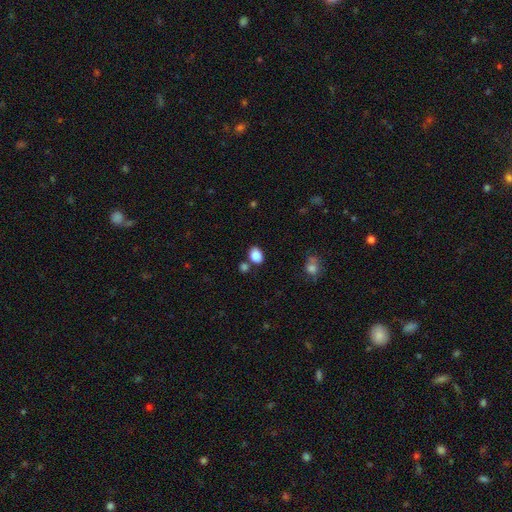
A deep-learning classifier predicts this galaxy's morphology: Q: Smooth or featured?
A: smooth (87%); runner-up: star or artifact (9%)
Q: How rounded?
A: in between (73%); runner-up: round (26%)
Q: Merging?
A: none (72%); runner-up: minor disturbance (13%)